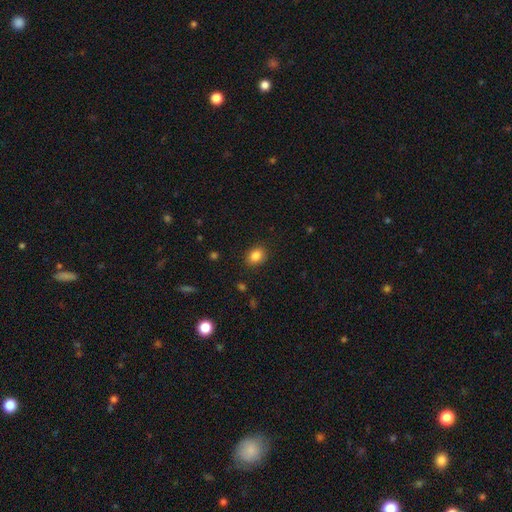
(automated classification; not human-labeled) This appears to be a smooth galaxy with no disk features (86%) that is in between round and cigar-shaped (59%). Merging: none (87%).